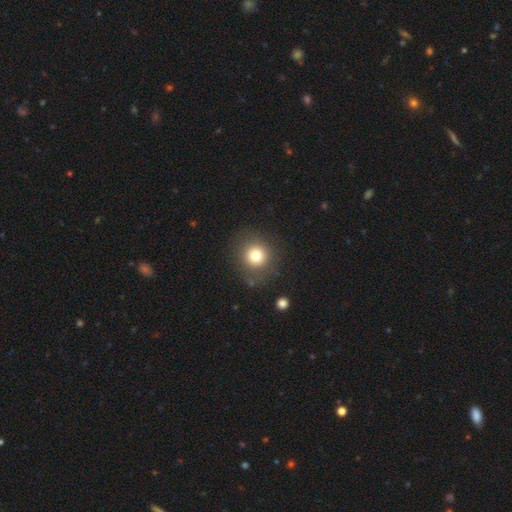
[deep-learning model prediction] This appears to be a smooth galaxy with no disk features (77%) that is round (90%). Merging: none (83%).